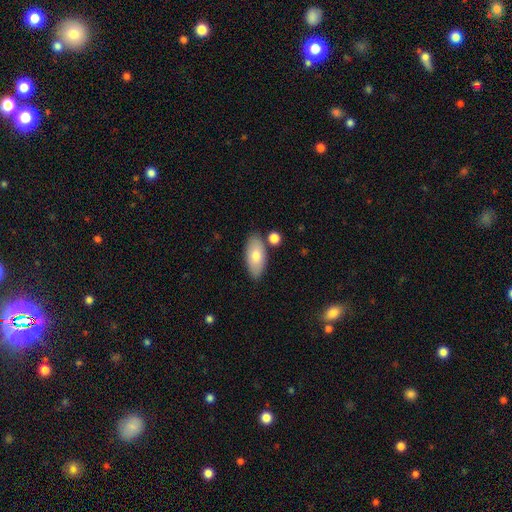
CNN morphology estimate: Smooth or featured? smooth (75%)
How rounded? in between (91%)
Merging? none (79%)